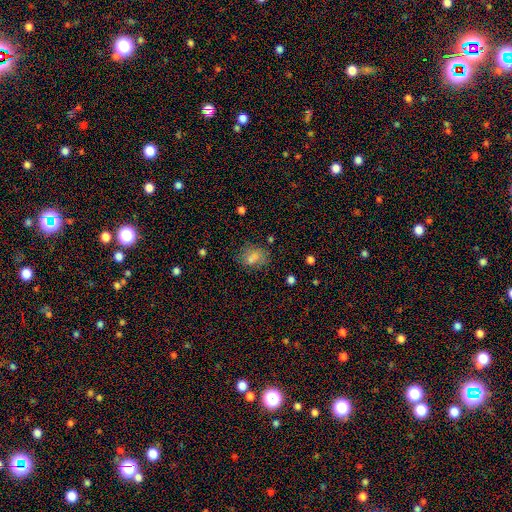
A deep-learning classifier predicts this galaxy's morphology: A smooth galaxy with no disk features (60%) that is in between round and cigar-shaped (55%). Merging: none (75%).